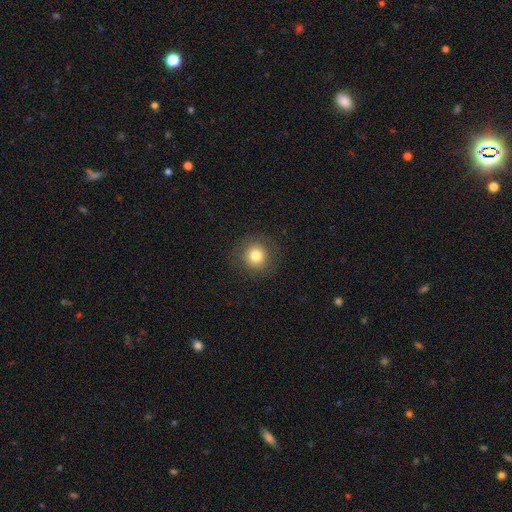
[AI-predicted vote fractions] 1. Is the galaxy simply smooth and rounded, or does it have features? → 78% smooth, 12% star or artifact, 10% featured or disk.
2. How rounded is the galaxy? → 94% round, 6% in between, 1% cigar-shaped.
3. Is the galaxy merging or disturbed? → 89% none, 7% minor disturbance, 3% major disturbance, 1% merger.